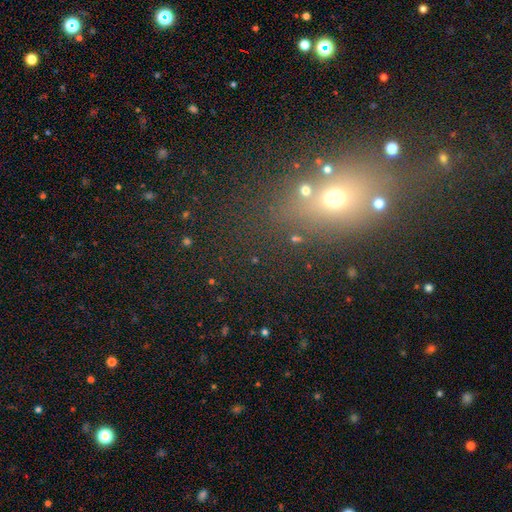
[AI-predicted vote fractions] Smooth or featured: star or artifact — 43% (smooth — 41%)